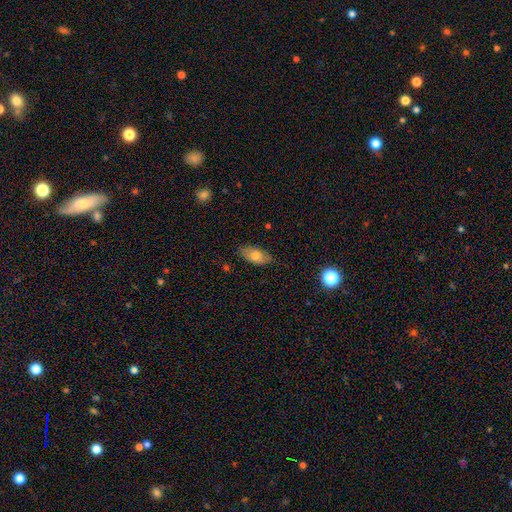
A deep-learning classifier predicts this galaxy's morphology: smooth_or_featured: smooth (p=0.75) [alt: featured or disk p=0.17]
how_rounded: in between (p=0.91) [alt: cigar-shaped p=0.04]
merging: none (p=0.78) [alt: minor disturbance p=0.18]